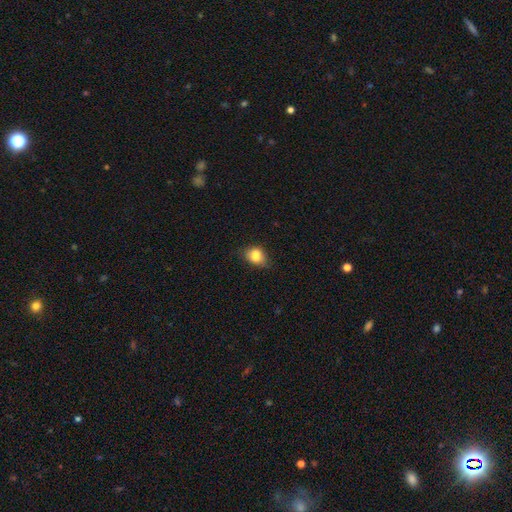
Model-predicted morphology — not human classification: Smooth or featured? Predicted: smooth (p=0.78). How rounded? Predicted: in between (p=0.56). Merging? Predicted: none (p=0.49).